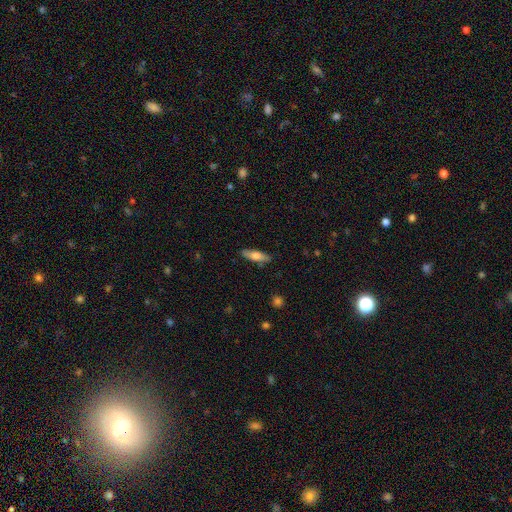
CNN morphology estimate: Smooth or featured? Predicted: smooth (p=0.68). How rounded? Predicted: cigar-shaped (p=0.53). Merging? Predicted: none (p=0.85).